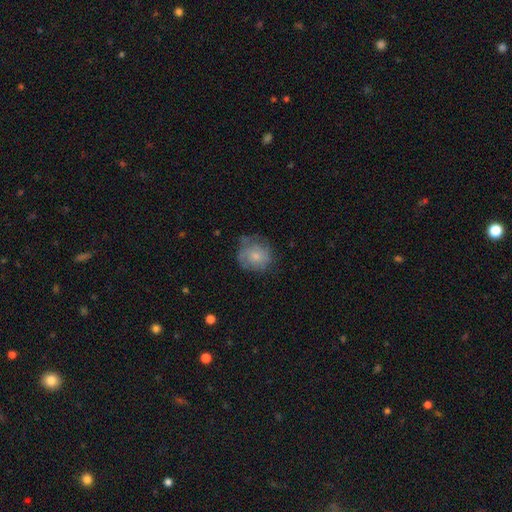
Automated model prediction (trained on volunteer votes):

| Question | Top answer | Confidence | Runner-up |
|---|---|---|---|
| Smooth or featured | smooth | 60% | featured or disk (31%) |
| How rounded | round | 81% | in between (18%) |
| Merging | none | 59% | minor disturbance (27%) |